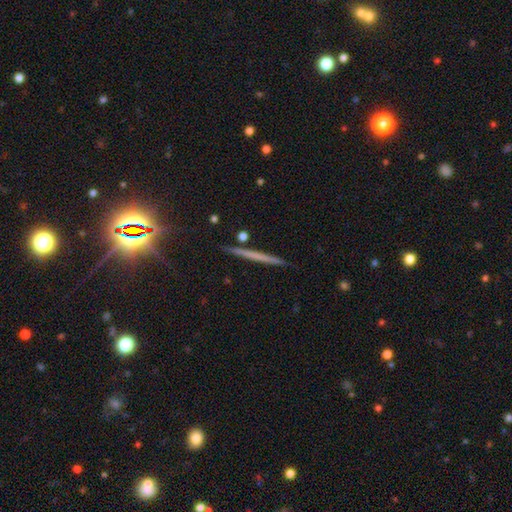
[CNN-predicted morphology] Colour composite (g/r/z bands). It shows a featured or disk galaxy (47%). Merging: none (90%).